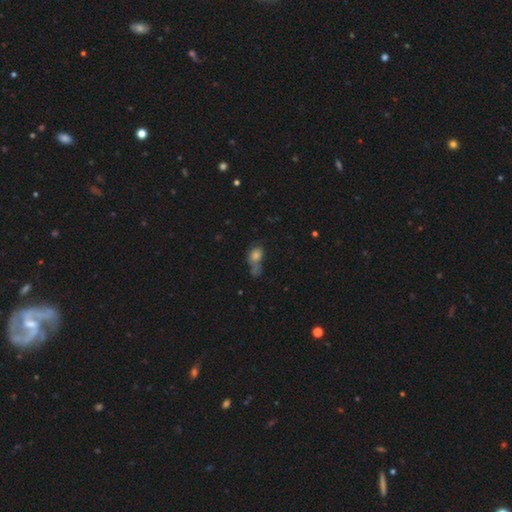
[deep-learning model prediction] A smooth galaxy with no disk features (74%) that is in between round and cigar-shaped (58%).

Vote fractions:
- Smooth or featured? smooth: 74% / star or artifact: 13% / featured or disk: 13%
- How rounded? in between: 58% / round: 39% / cigar-shaped: 3%
- Merging? merger: 37% / none: 28% / major disturbance: 18% / minor disturbance: 17%